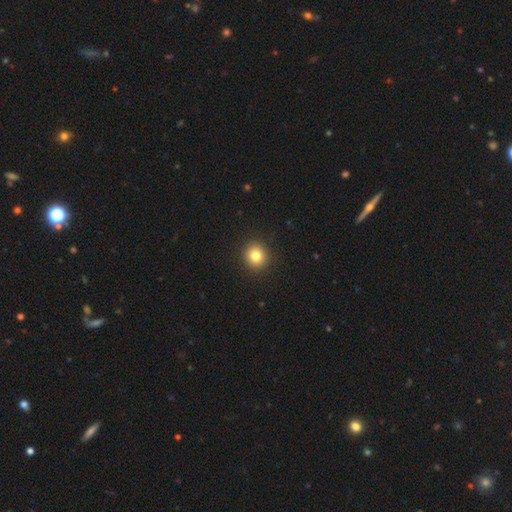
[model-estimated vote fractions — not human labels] Smooth or featured: smooth — 82% (star or artifact — 11%)
How rounded: round — 90% (in between — 9%)
Merging: none — 92% (minor disturbance — 5%)